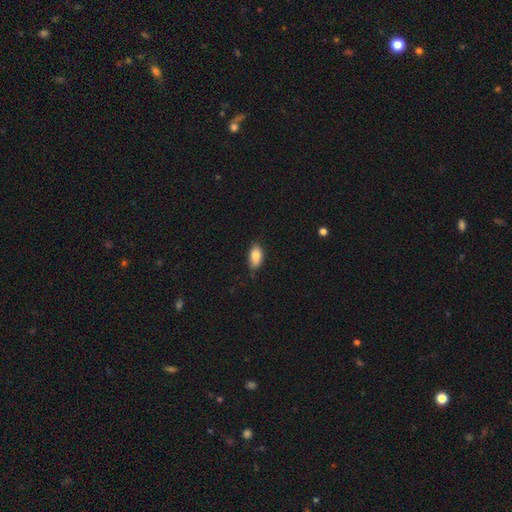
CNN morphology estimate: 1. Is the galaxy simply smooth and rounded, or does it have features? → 82% smooth, 11% featured or disk, 7% star or artifact.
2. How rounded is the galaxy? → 91% in between, 4% round, 4% cigar-shaped.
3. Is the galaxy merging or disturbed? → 72% none, 23% minor disturbance, 3% major disturbance, 1% merger.